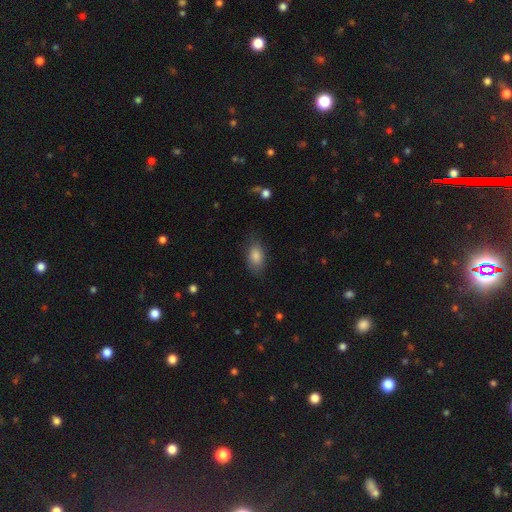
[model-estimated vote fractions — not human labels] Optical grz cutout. It shows a smooth galaxy with no disk features (82%) that is in between round and cigar-shaped (89%). Merging: none (74%).